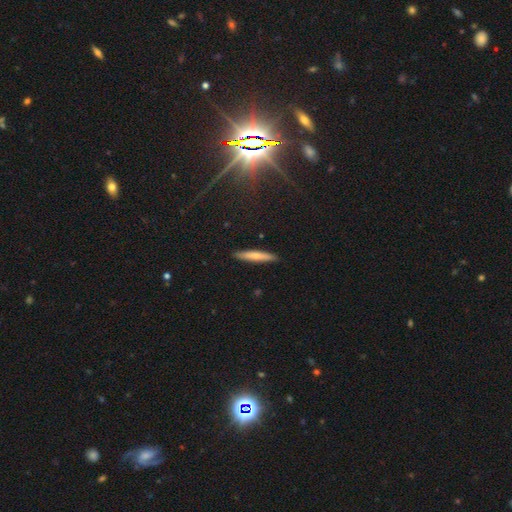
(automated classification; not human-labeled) A smooth galaxy with no disk features (65%) that is cigar-shaped (92%).

Vote fractions:
- Smooth or featured? smooth: 65% / featured or disk: 29% / star or artifact: 6%
- How rounded? cigar-shaped: 92% / in between: 6% / round: 1%
- Merging? none: 91% / minor disturbance: 7% / major disturbance: 1% / merger: 1%